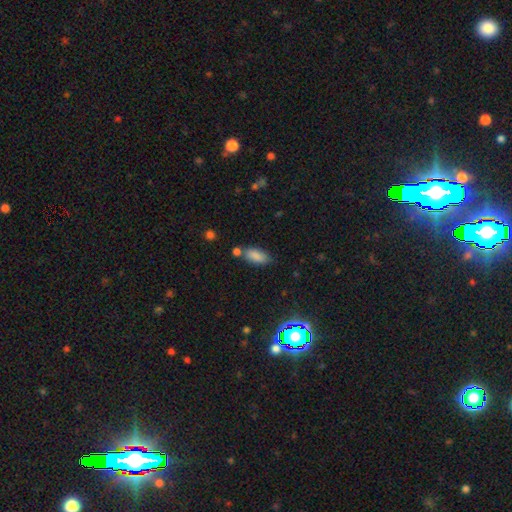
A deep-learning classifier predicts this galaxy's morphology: smooth-or-featured: smooth: 83% | star or artifact: 11% | featured or disk: 7%
  how-rounded: in between: 88% | cigar-shaped: 9% | round: 3%
  merging: none: 64% | merger: 16% | minor disturbance: 16% | major disturbance: 4%